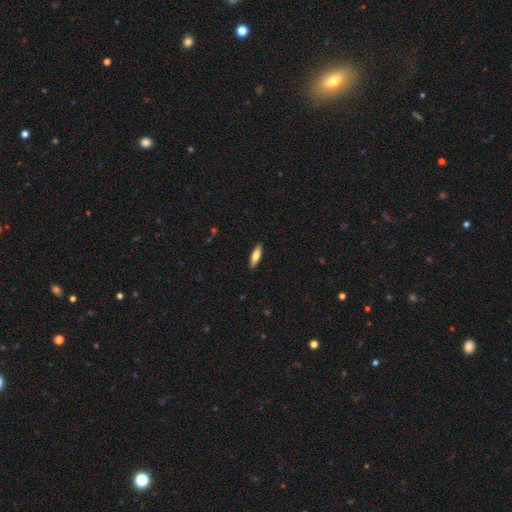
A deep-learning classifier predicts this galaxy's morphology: This is likely a smooth galaxy (73%). How rounded: possibly cigar-shaped (59%). Merging: clearly none (90%).